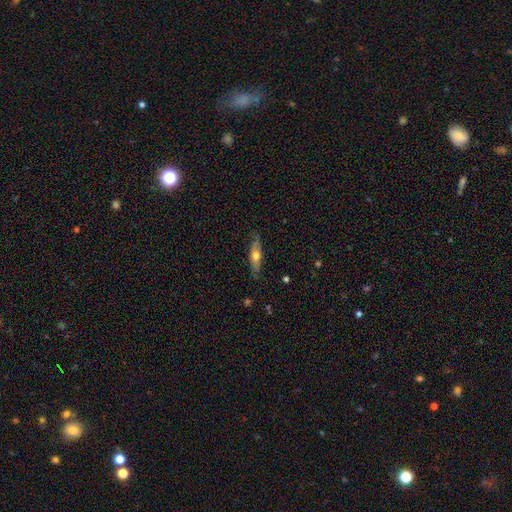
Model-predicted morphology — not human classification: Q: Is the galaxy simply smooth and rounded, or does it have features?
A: smooth — 53%.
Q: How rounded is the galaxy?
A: cigar-shaped — 59%.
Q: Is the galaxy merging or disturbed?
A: none — 80%.